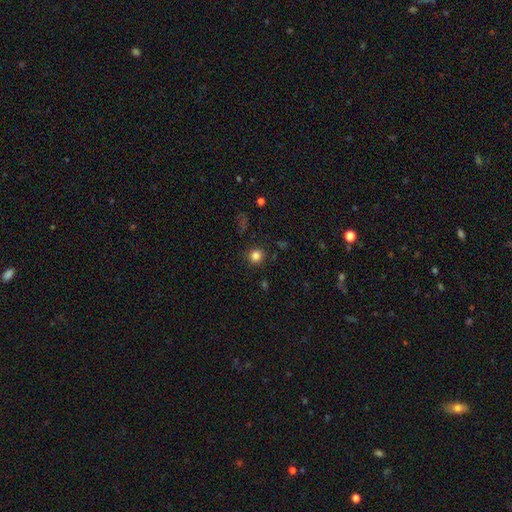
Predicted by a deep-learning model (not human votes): Morphology: type=smooth (83%); roundness=round (90%); merging=none (88%).